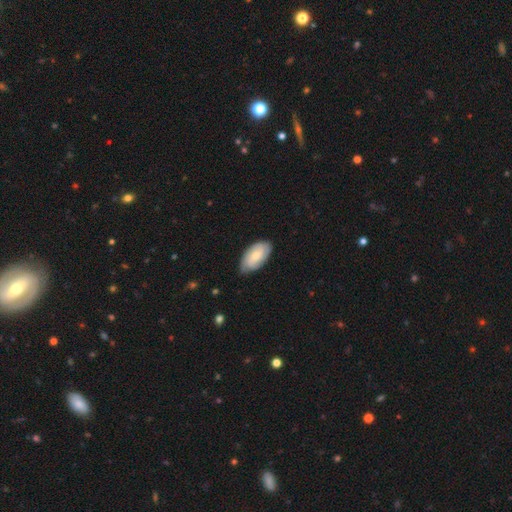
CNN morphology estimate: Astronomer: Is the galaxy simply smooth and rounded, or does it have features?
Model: smooth — 55% (runner-up: featured or disk, 39%).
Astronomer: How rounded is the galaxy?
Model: in between — 94%.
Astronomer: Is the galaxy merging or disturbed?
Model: none — 74%.